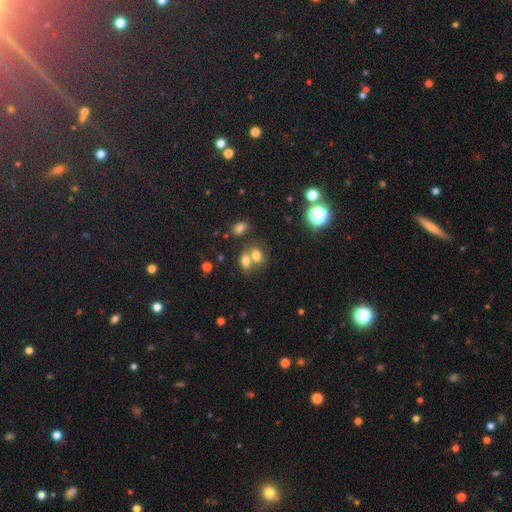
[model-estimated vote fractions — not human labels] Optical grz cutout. It shows a smooth galaxy with no disk features (71%) that is in between round and cigar-shaped (63%). Merging: merger (55%).